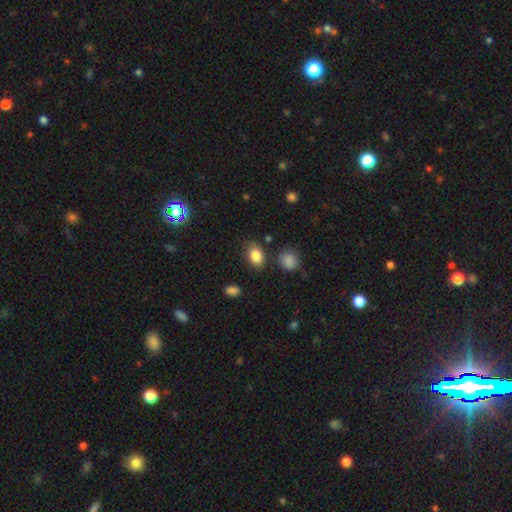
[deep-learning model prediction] smooth_or_featured: smooth (p=0.84) [alt: star or artifact p=0.09]
how_rounded: in between (p=0.80) [alt: round p=0.18]
merging: none (p=0.78) [alt: minor disturbance p=0.14]